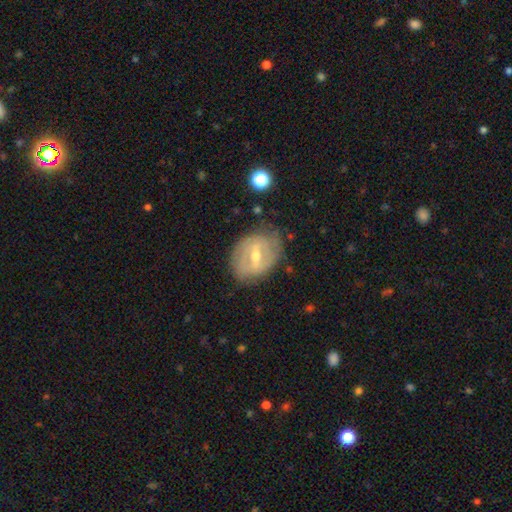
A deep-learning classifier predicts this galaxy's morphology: This is likely a featured or disk galaxy (74%). It is clearly not viewed edge-on (94%). Bar: marginally weak (45%). Spiral arm pattern: likely yes (64%). Central bulge: likely moderate (62%). Merging: likely none (72%).